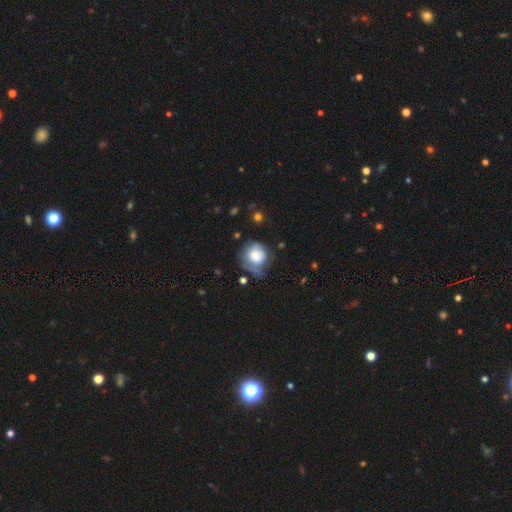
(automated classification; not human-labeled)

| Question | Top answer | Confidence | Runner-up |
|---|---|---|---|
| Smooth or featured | smooth | 71% | featured or disk (20%) |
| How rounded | round | 80% | in between (20%) |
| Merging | none | 38% | minor disturbance (33%) |